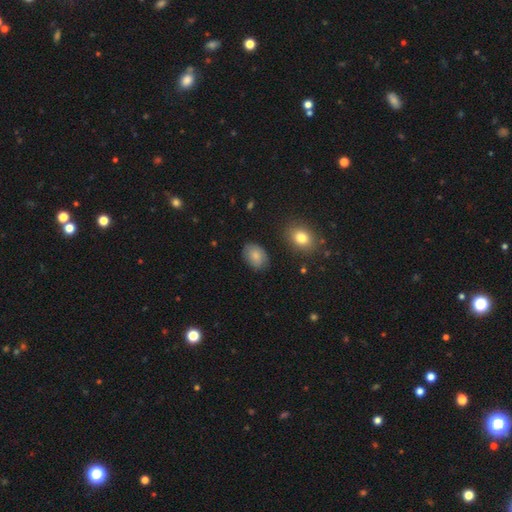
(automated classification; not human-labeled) This appears to be a smooth galaxy with no disk features (80%) that is in between round and cigar-shaped (81%). Merging: none (82%).